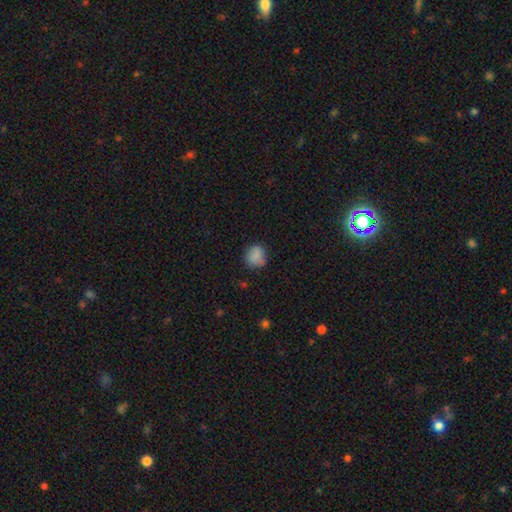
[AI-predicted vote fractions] Q: Smooth or featured?
A: smooth (82%); runner-up: star or artifact (9%)
Q: How rounded?
A: round (78%); runner-up: in between (21%)
Q: Merging?
A: none (75%); runner-up: minor disturbance (18%)